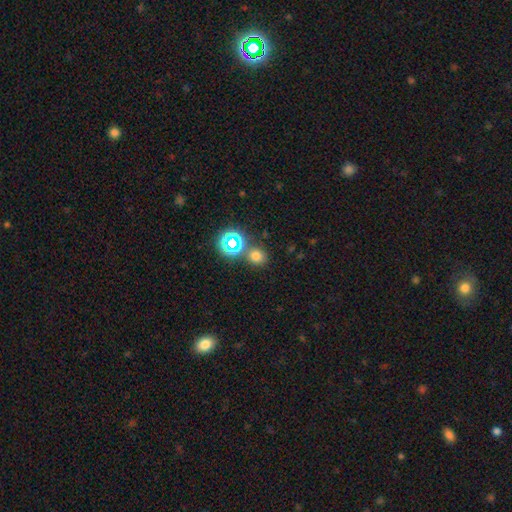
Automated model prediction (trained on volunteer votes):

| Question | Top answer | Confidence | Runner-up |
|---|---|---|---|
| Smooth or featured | smooth | 68% | star or artifact (26%) |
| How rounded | round | 83% | in between (16%) |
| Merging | none | 77% | merger (11%) |